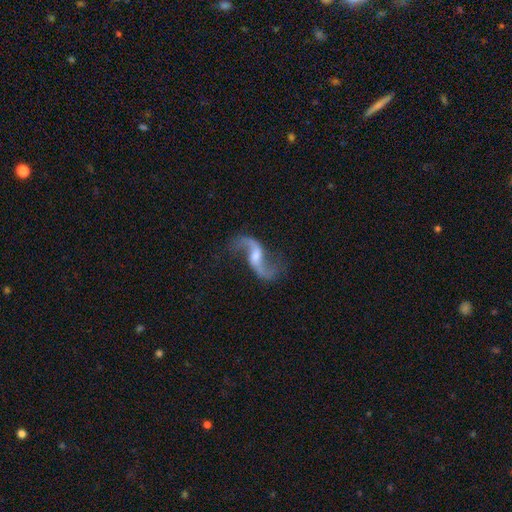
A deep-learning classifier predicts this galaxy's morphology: A featured or disk galaxy (91%) with a weak bar (42%), 2 (94%) loose (87%) spiral arms (97%) and a moderate central bulge (45%).

Vote fractions:
- Smooth or featured? featured or disk: 91% / star or artifact: 5% / smooth: 4%
- Edge-on disk? no: 96% / yes: 4%
- Bar? weak: 42% / no: 35% / strong: 23%
- Spiral arms? yes: 97% / no: 3%
- Spiral winding? loose: 87% / medium: 10% / tight: 3%
- Spiral arm count? 2: 94% / 1: 2% / can't tell: 1% / 3: 1% / 4: 1% / more than 4: 1%
- Bulge size? moderate: 45% / small: 42% / none: 6% / large: 5% / dominant: 1%
- Merging? none: 78% / minor disturbance: 13% / major disturbance: 7% / merger: 2%